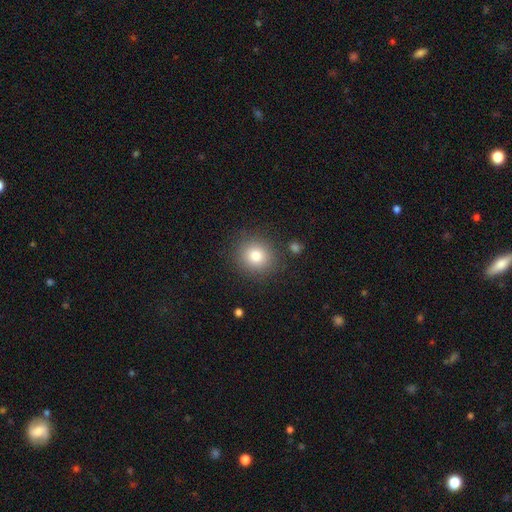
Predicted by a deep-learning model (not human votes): Smooth or featured?
  - smooth: 81% *
  - star or artifact: 11%
  - featured or disk: 8%
How rounded?
  - round: 88% *
  - in between: 11%
  - cigar-shaped: 1%
Merging?
  - none: 86% *
  - minor disturbance: 8%
  - major disturbance: 3%
  - merger: 2%